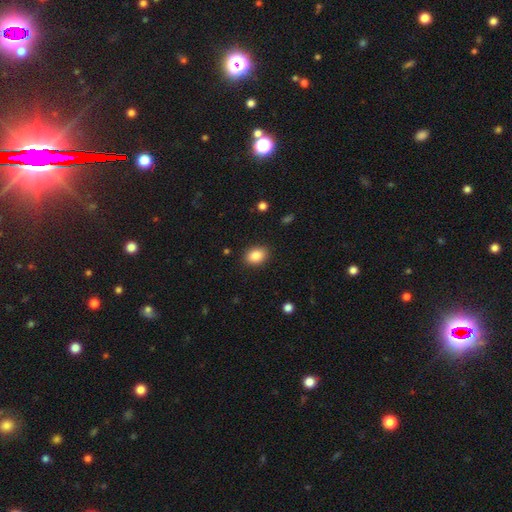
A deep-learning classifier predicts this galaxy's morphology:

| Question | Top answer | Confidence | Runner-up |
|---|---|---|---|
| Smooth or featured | smooth | 87% | star or artifact (8%) |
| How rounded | in between | 72% | round (27%) |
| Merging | none | 88% | minor disturbance (8%) |